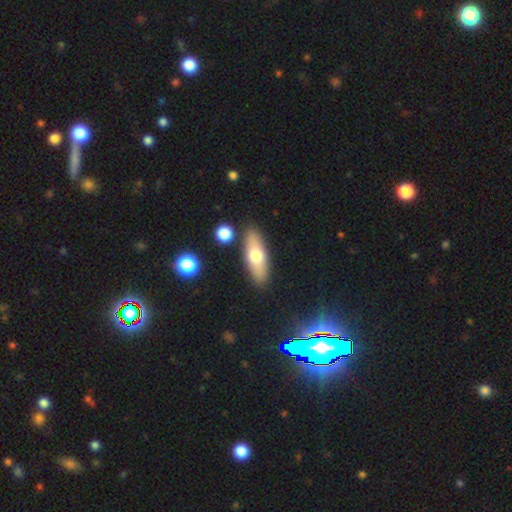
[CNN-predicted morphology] Q: Smooth or featured?
A: smooth (62%); runner-up: featured or disk (31%)
Q: How rounded?
A: in between (61%); runner-up: cigar-shaped (36%)
Q: Merging?
A: none (84%); runner-up: minor disturbance (9%)